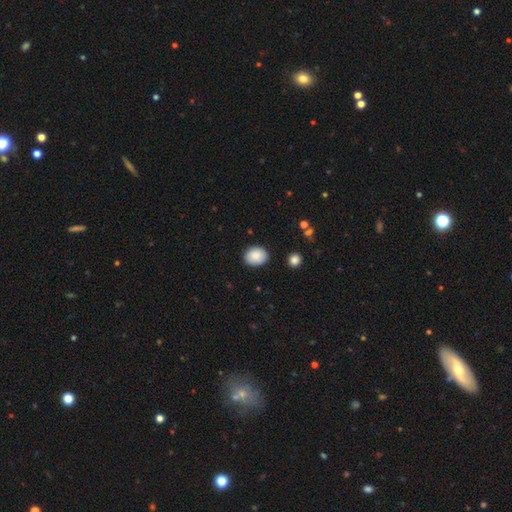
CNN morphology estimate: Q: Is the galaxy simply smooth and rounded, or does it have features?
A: smooth — 87%.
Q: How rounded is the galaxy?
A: round — 51%.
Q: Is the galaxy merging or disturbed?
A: none — 85%.